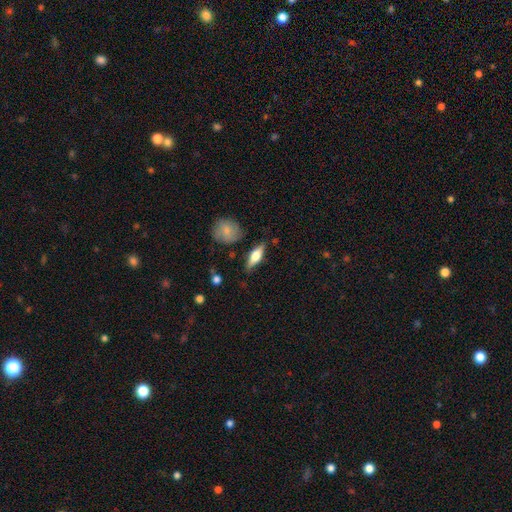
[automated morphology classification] type=smooth (55%); roundness=in between (57%); merging=none (80%).